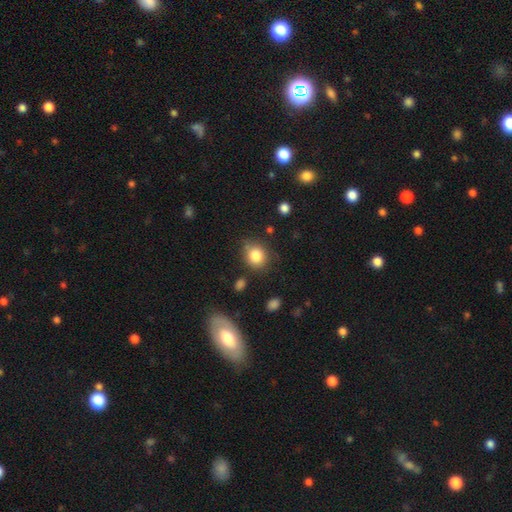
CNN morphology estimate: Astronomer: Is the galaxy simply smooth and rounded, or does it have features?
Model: smooth — 83%.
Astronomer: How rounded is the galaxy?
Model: round — 72%.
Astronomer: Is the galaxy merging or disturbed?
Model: none — 75%.